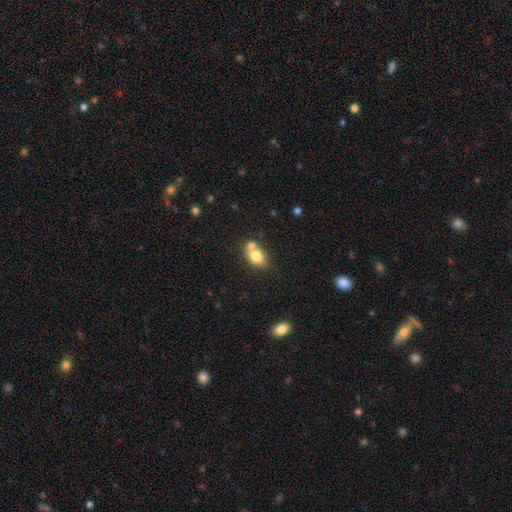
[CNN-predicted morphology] smooth-or-featured: smooth: 75% | featured or disk: 16% | star or artifact: 9%
  how-rounded: in between: 75% | round: 23% | cigar-shaped: 2%
  merging: none: 43% | merger: 40% | minor disturbance: 13% | major disturbance: 4%